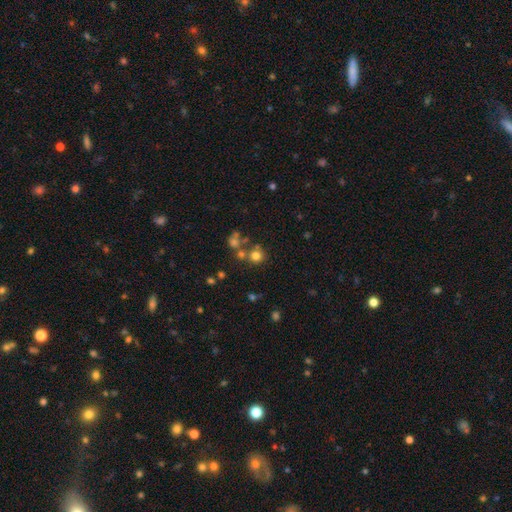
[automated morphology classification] A smooth galaxy with no disk features (72%) that is round (89%). Merging: none (63%).